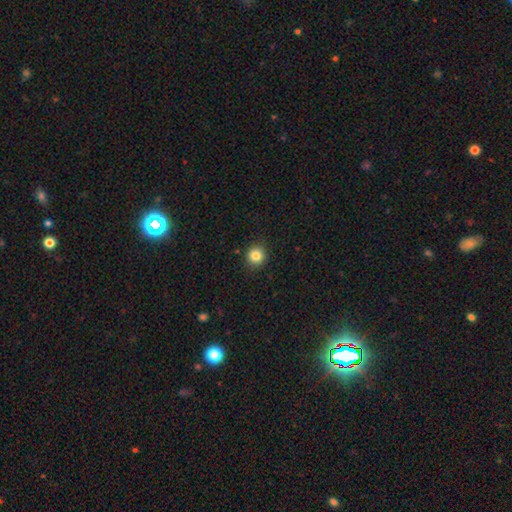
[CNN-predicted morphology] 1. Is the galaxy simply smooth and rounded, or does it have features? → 84% smooth, 11% star or artifact, 5% featured or disk.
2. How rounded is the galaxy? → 91% round, 8% in between, 1% cigar-shaped.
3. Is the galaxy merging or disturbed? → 90% none, 7% minor disturbance, 2% major disturbance, 1% merger.